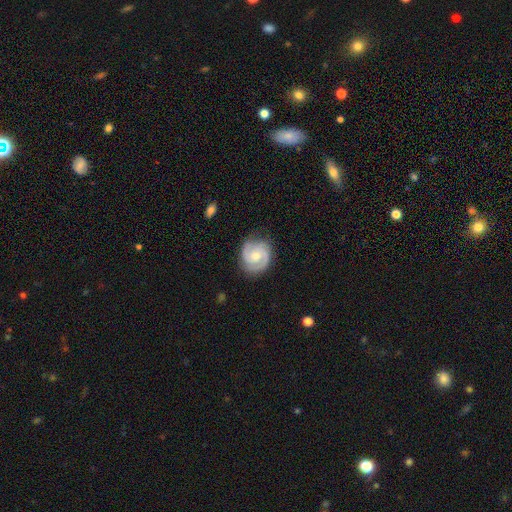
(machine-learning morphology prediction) A featured or disk galaxy (82%) with no bar (62%), 2 (76%) tight (49%) spiral arms (96%) and a moderate central bulge (63%). Merging: none (78%).